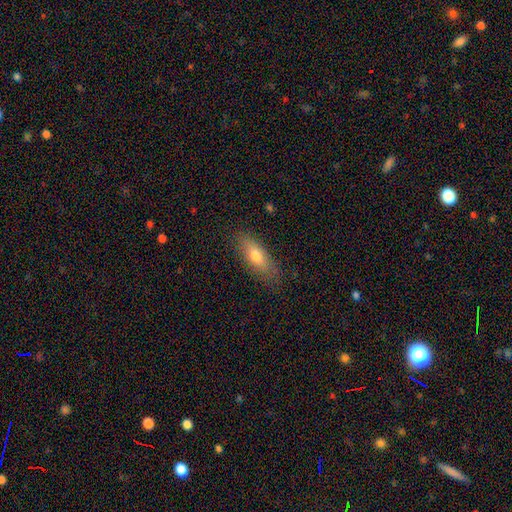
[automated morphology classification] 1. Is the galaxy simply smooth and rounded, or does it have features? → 72% smooth, 21% featured or disk, 7% star or artifact.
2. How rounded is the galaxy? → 67% in between, 30% cigar-shaped, 3% round.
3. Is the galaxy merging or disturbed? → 81% none, 15% minor disturbance, 4% major disturbance, 1% merger.